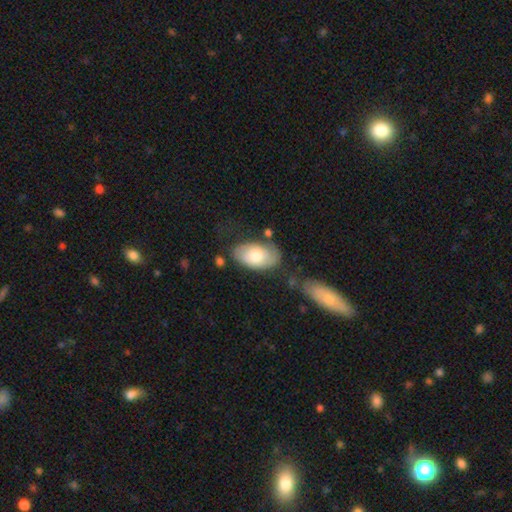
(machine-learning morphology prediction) The model was most divided on "smooth or featured": smooth: 65%, featured or disk: 29%, star or artifact: 6%. More confident: how rounded — in between (93%); merging — none (65%).